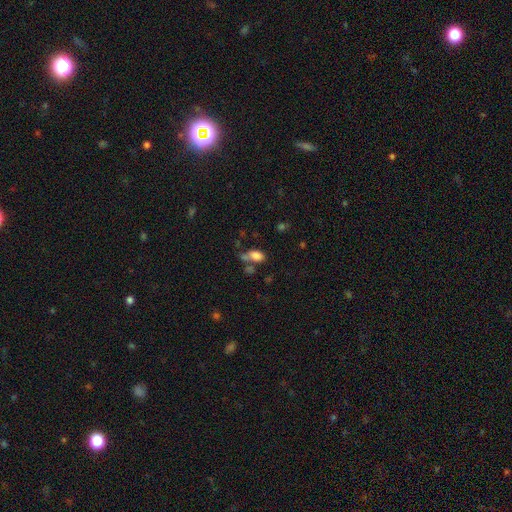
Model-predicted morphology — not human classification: A smooth galaxy with no disk features (79%) that is in between round and cigar-shaped (87%). Merging: none (41%).